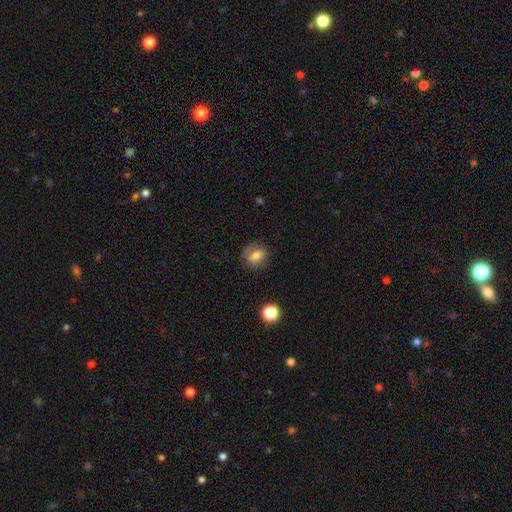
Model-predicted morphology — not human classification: smooth-or-featured: smooth: 65% | featured or disk: 24% | star or artifact: 11%
  how-rounded: in between: 55% | round: 44% | cigar-shaped: 2%
  merging: none: 64% | minor disturbance: 22% | major disturbance: 12% | merger: 2%